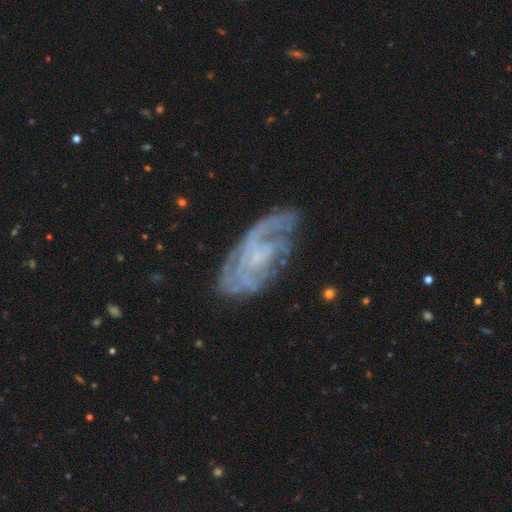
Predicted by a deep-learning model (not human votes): Overall: featured or disk (82%). Edge-on disk: no (94%). Bar: no (66%; weak 29%). Spiral arms: yes (90%). Spiral arm count: can't tell (41%; 2 24%). Spiral winding: tight (56%; medium 33%). Bulge size: small (70%). Merging: none (66%).